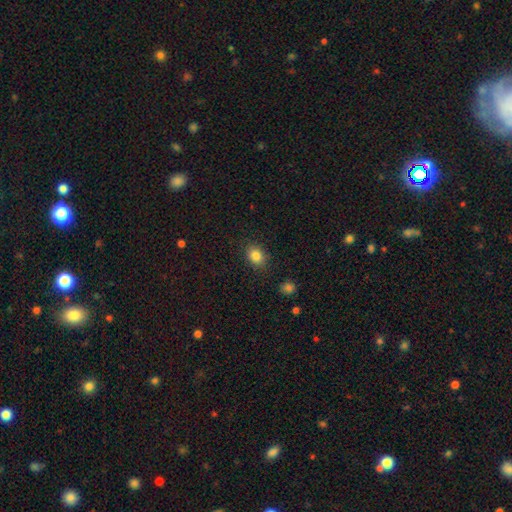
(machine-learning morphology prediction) Smooth or featured? smooth (84%)
How rounded? in between (53%)
Merging? none (86%)